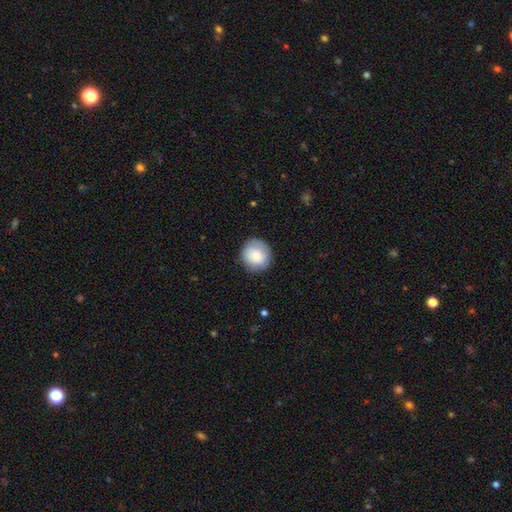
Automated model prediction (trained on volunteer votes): Smooth or featured?
  - smooth: 81% *
  - featured or disk: 12%
  - star or artifact: 7%
How rounded?
  - round: 90% *
  - in between: 9%
  - cigar-shaped: 1%
Merging?
  - none: 85% *
  - minor disturbance: 11%
  - major disturbance: 3%
  - merger: 1%